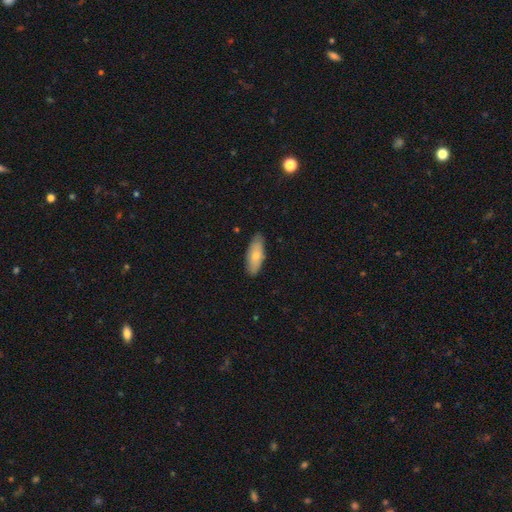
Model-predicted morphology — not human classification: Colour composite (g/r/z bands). It shows a smooth galaxy with no disk features (74%) that is in between round and cigar-shaped (74%). Merging: none (85%).